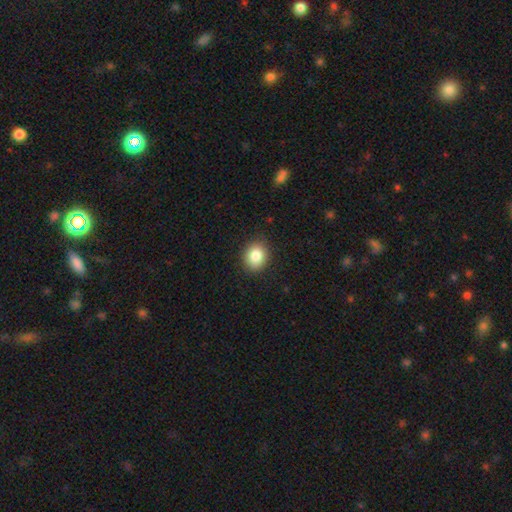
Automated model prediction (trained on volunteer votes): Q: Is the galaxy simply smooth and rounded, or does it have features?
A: smooth — 85%.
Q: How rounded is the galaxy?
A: round — 61%.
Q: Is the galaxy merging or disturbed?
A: none — 88%.